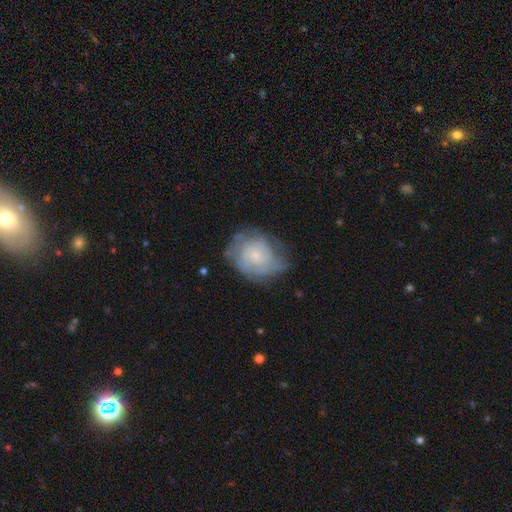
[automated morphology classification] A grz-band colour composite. It shows a featured or disk galaxy (67%) with no bar (78%), tight (61%) spiral arms (83%) and a small central bulge (65%). Merging: none (58%).